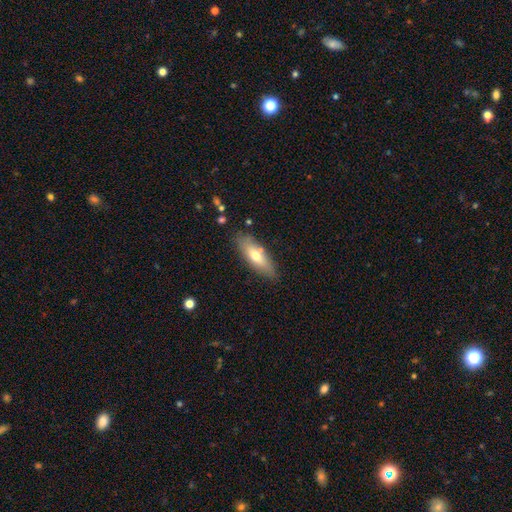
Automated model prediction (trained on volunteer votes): smooth_or_featured: smooth (p=0.65) [alt: featured or disk p=0.28]
how_rounded: in between (p=0.59) [alt: cigar-shaped p=0.39]
merging: none (p=0.79) [alt: minor disturbance p=0.14]